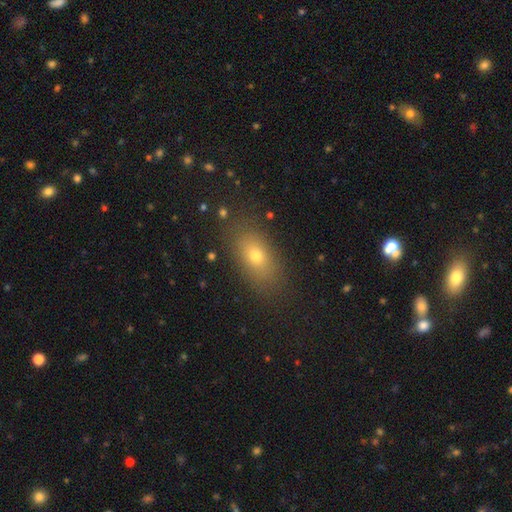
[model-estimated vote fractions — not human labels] This appears to be a smooth galaxy with no disk features (72%) that is in between round and cigar-shaped (81%). Merging: none (83%).